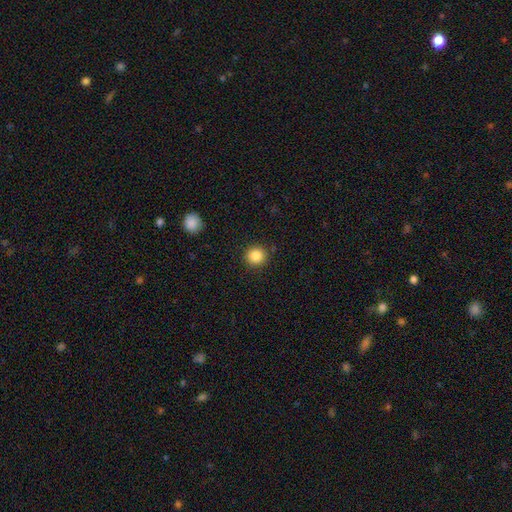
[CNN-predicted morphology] smooth_or_featured: smooth (p=0.85) [alt: star or artifact p=0.10]
how_rounded: round (p=0.91) [alt: in between p=0.08]
merging: none (p=0.90) [alt: minor disturbance p=0.07]